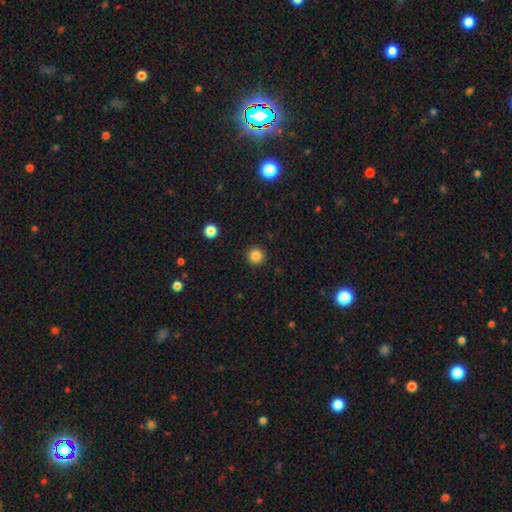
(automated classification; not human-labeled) The model was most divided on "smooth or featured": smooth: 84%, star or artifact: 12%, featured or disk: 4%. More confident: how rounded — round (95%); merging — none (92%).